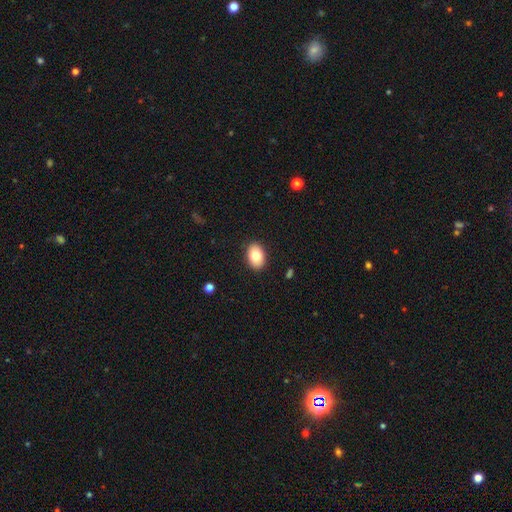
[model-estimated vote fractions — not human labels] Q: Smooth or featured?
A: smooth (82%); runner-up: featured or disk (11%)
Q: How rounded?
A: in between (84%); runner-up: round (15%)
Q: Merging?
A: none (89%); runner-up: minor disturbance (8%)